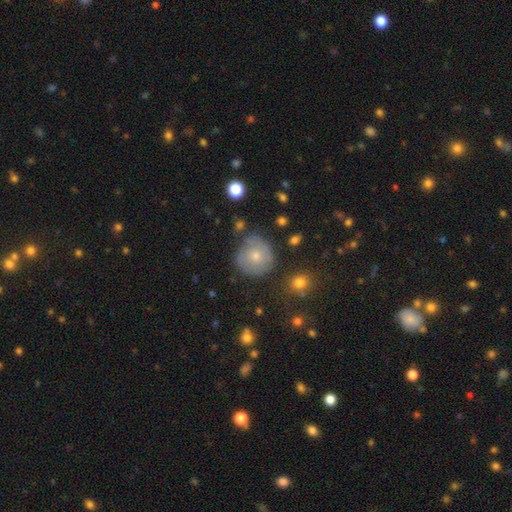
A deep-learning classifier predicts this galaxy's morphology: The model was most divided on "smooth or featured": smooth: 57%, featured or disk: 33%, star or artifact: 9%. More confident: how rounded — round (90%); merging — none (71%).